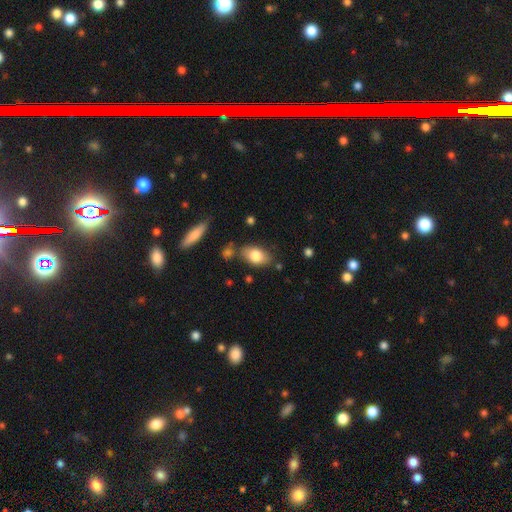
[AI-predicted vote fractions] Morphology: type=smooth (79%); roundness=in between (87%); merging=none (75%).